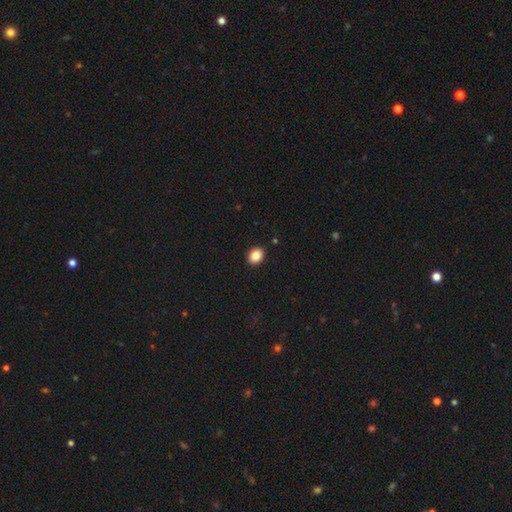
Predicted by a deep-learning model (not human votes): smooth 86%, star or artifact 9%, featured or disk 5%. Down the decision tree: how rounded — round (51%); merging — none (91%).